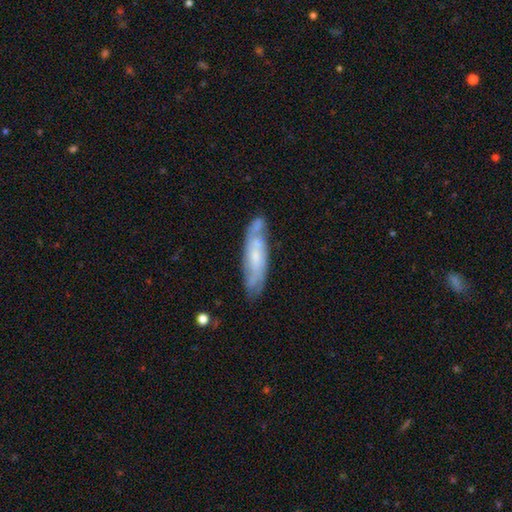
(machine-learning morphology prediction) Smooth or featured?
  - featured or disk: 64% *
  - smooth: 29%
  - star or artifact: 7%
Edge-on disk?
  - no: 73% *
  - yes: 27%
Merging?
  - none: 67% *
  - minor disturbance: 20%
  - merger: 7%
  - major disturbance: 5%